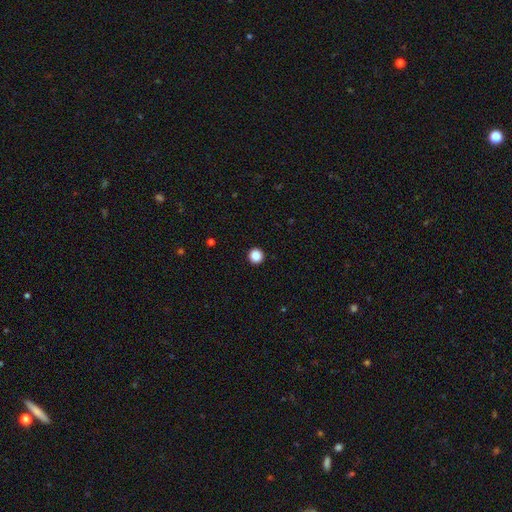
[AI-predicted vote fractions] smooth_or_featured: smooth (p=0.88) [alt: star or artifact p=0.10]
how_rounded: round (p=0.96) [alt: in between p=0.03]
merging: none (p=0.94) [alt: minor disturbance p=0.04]